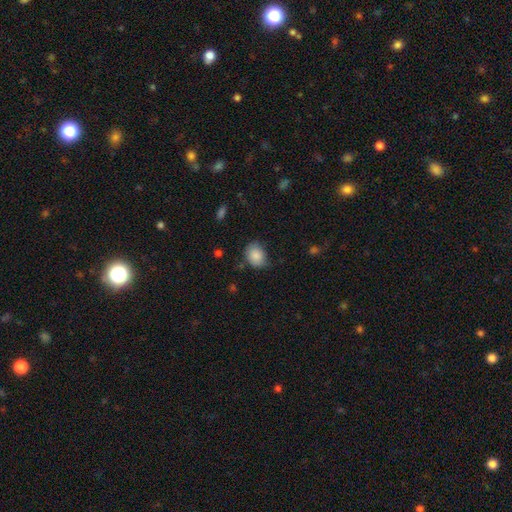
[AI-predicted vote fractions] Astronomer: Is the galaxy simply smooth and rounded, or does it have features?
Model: smooth — 86%.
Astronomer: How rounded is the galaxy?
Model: in between — 59% (runner-up: round, 40%).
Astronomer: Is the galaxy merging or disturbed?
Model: none — 67%.